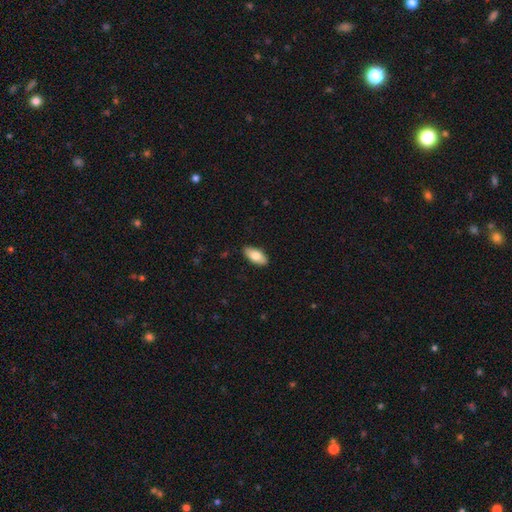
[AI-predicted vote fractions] Smooth or featured? Predicted: smooth (p=0.75). How rounded? Predicted: in between (p=0.89). Merging? Predicted: none (p=0.88).